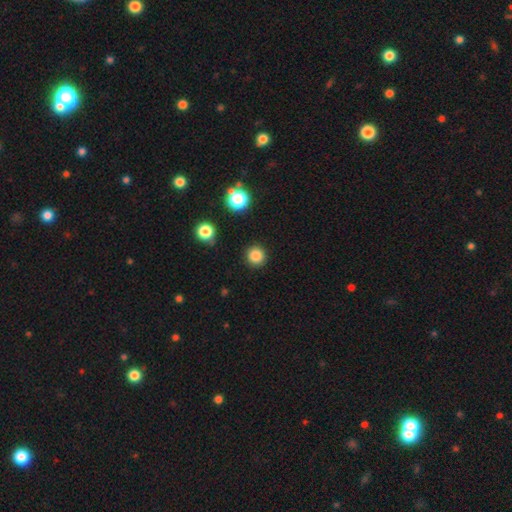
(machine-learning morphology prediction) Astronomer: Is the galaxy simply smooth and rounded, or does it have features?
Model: smooth — 84%.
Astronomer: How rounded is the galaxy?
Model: round — 94%.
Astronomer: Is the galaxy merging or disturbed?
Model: none — 90%.